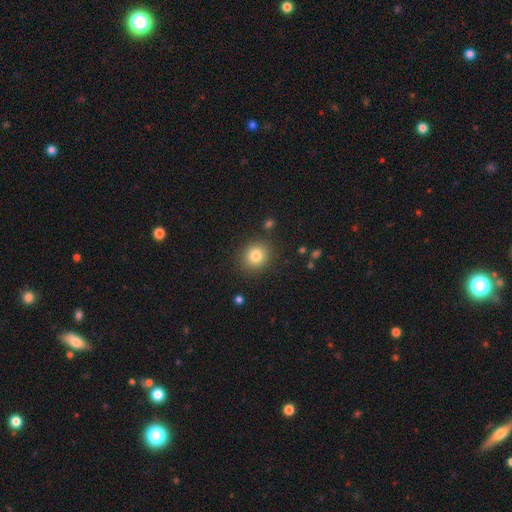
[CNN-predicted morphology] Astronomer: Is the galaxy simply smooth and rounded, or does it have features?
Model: smooth — 82%.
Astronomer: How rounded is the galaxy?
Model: round — 78%.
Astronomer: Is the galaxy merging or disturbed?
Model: none — 87%.